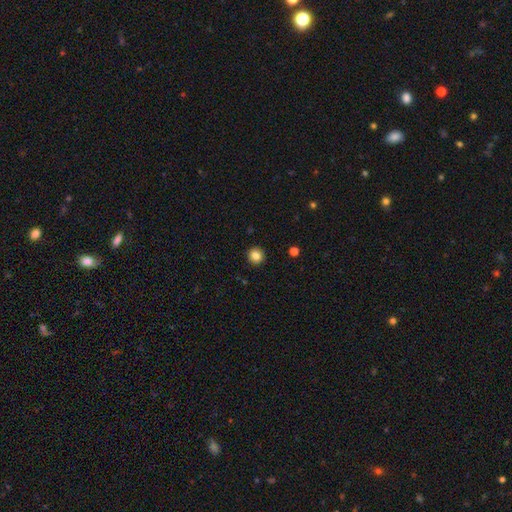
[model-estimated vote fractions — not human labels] The model was most divided on "smooth or featured": smooth: 85%, star or artifact: 10%, featured or disk: 5%. More confident: merging — none (92%); how rounded — round (92%).